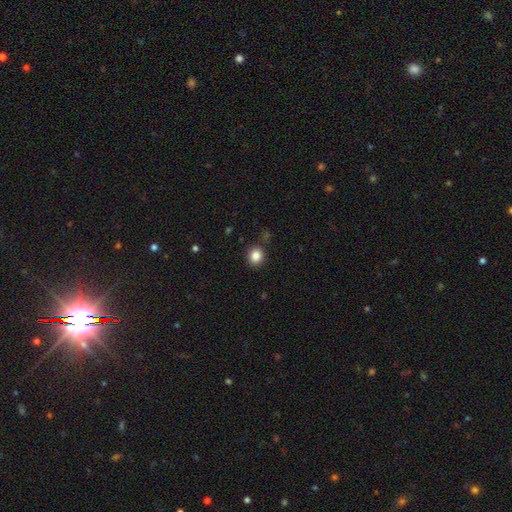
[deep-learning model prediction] The model was most divided on "how rounded": round: 81%, in between: 18%, cigar-shaped: 1%. More confident: merging — none (87%); smooth or featured — smooth (85%).